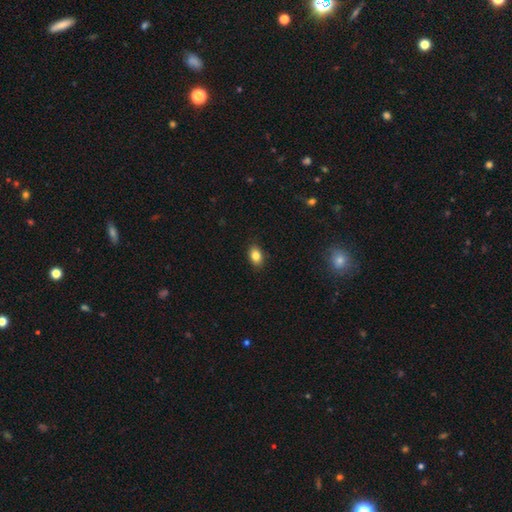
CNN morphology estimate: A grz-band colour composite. It shows a smooth galaxy with no disk features (84%) that is in between round and cigar-shaped (83%). Merging: none (88%).